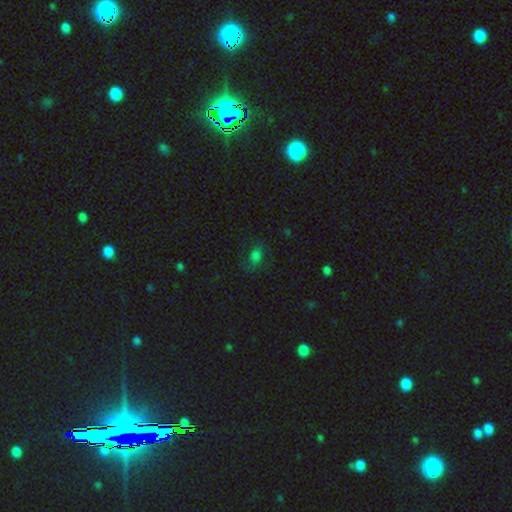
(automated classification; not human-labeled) A smooth galaxy with no disk features (70%) that is in between round and cigar-shaped (81%).

Vote fractions:
- Smooth or featured? smooth: 70% / star or artifact: 20% / featured or disk: 10%
- How rounded? in between: 81% / round: 15% / cigar-shaped: 4%
- Merging? none: 64% / minor disturbance: 21% / major disturbance: 13% / merger: 2%